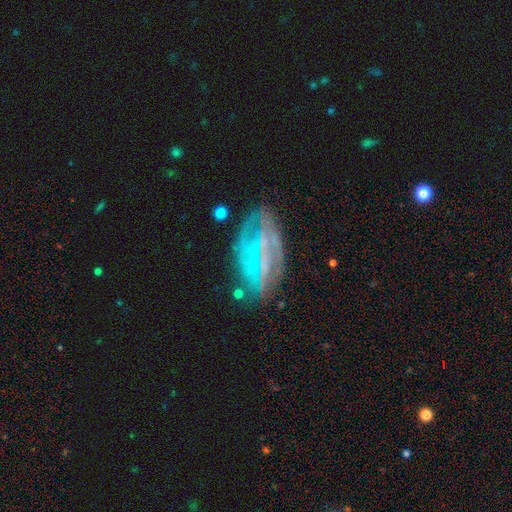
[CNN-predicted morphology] This is likely a featured or disk galaxy (69%). It is clearly not viewed edge-on (89%). Bar: marginally strong (38%). Spiral arm pattern: possibly yes (58%). Central bulge: possibly none (52%). Merging: likely none (60%).